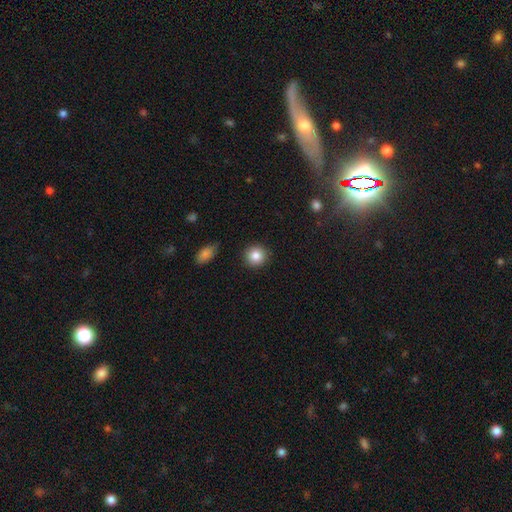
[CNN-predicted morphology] smooth 85%, star or artifact 9%, featured or disk 6%. Down the decision tree: how rounded — round (91%); merging — none (90%).